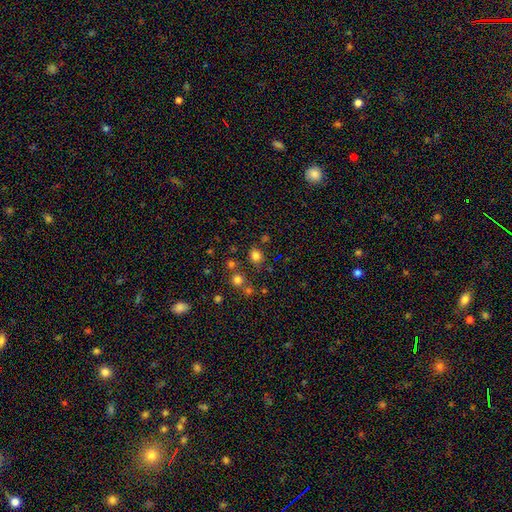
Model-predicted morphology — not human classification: smooth-or-featured: smooth: 76% | star or artifact: 18% | featured or disk: 6%
  how-rounded: round: 68% | in between: 31% | cigar-shaped: 1%
  merging: none: 74% | minor disturbance: 12% | merger: 9% | major disturbance: 5%